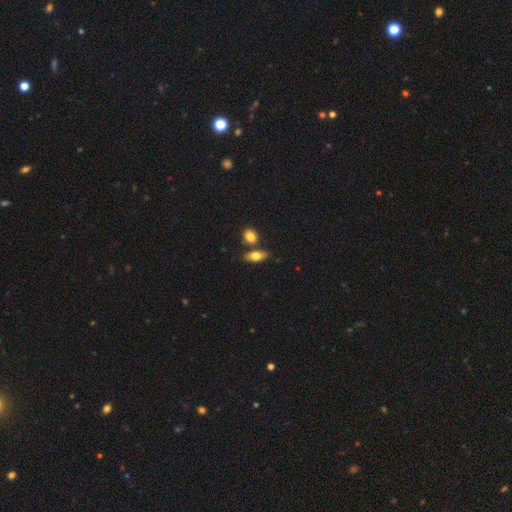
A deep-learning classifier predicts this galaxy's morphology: Smooth or featured? smooth (74%)
How rounded? in between (79%)
Merging? none (71%)